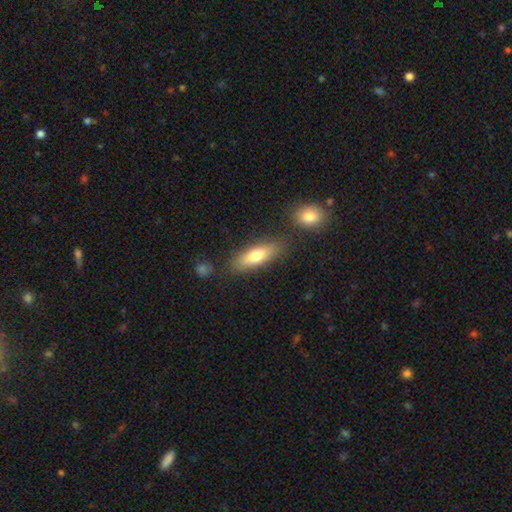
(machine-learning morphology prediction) The model was most divided on "how rounded": in between: 56%, cigar-shaped: 41%, round: 3%. More confident: merging — none (79%); smooth or featured — smooth (71%).